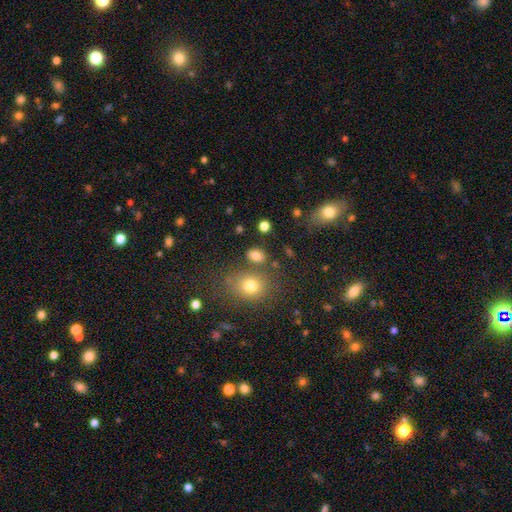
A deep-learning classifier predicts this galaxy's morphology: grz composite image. It shows a smooth galaxy with no disk features (79%) that is in between round and cigar-shaped (72%). Merging: none (73%).